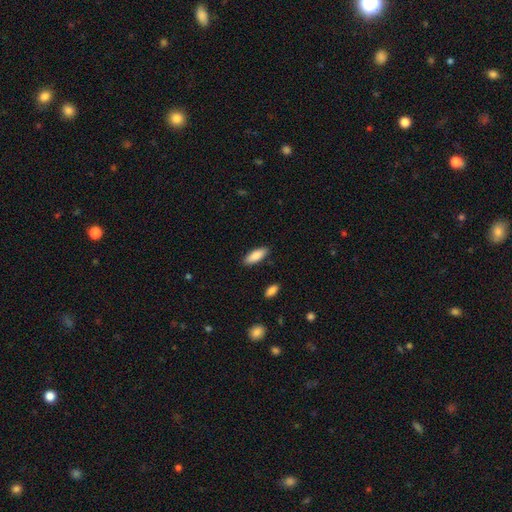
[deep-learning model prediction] This is clearly a smooth galaxy (86%). How rounded: likely in between (71%). Merging: clearly none (88%).